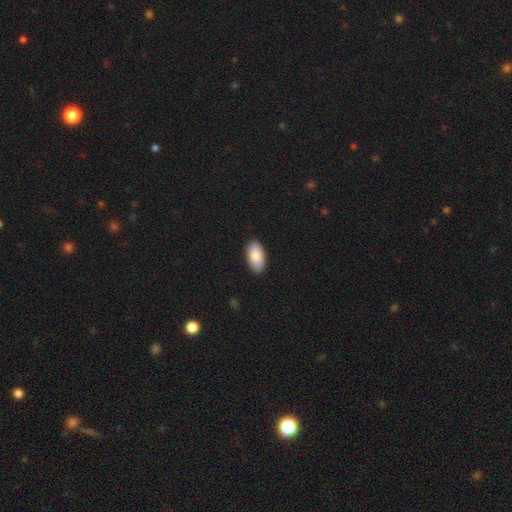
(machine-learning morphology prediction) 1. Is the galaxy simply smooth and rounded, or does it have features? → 85% smooth, 9% featured or disk, 6% star or artifact.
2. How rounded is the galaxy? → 95% in between, 2% round, 2% cigar-shaped.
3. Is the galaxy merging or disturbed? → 89% none, 8% minor disturbance, 2% major disturbance, 1% merger.